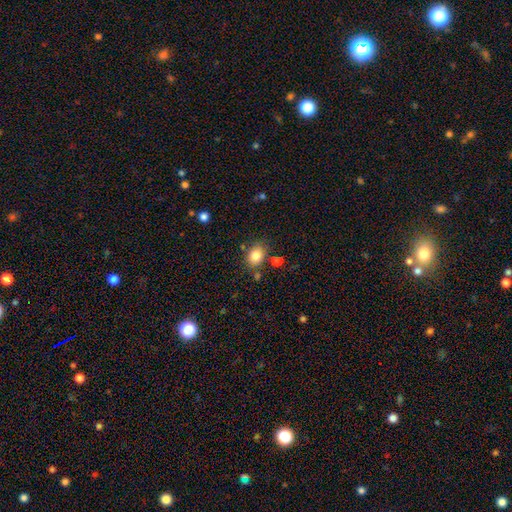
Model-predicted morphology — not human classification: Smooth or featured: smooth — 83% (star or artifact — 10%)
How rounded: in between — 60% (round — 39%)
Merging: none — 74% (minor disturbance — 15%)